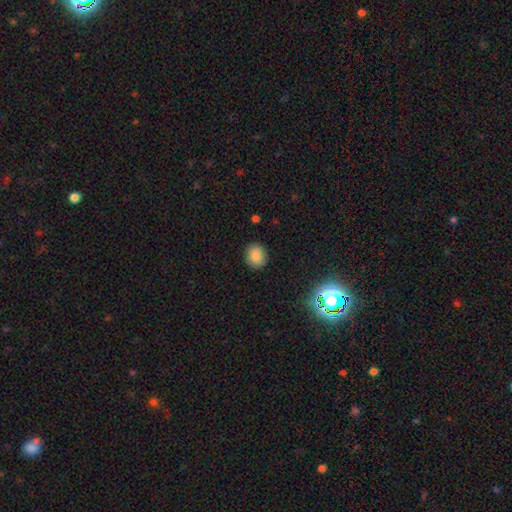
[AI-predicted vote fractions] The model was most divided on "how rounded": round: 71%, in between: 28%, cigar-shaped: 1%. More confident: merging — none (89%); smooth or featured — smooth (84%).